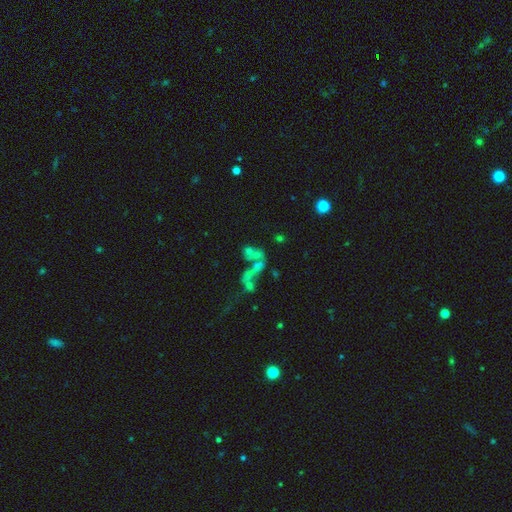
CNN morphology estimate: featured or disk 45%, star or artifact 29%, smooth 26%. Down the decision tree: merging — merger (44%).